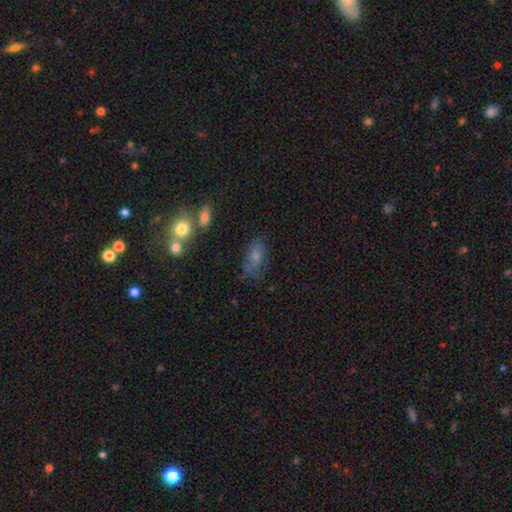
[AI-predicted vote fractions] Smooth or featured: smooth — 56% (featured or disk — 26%)
How rounded: in between — 83% (round — 12%)
Merging: none — 58% (minor disturbance — 24%)